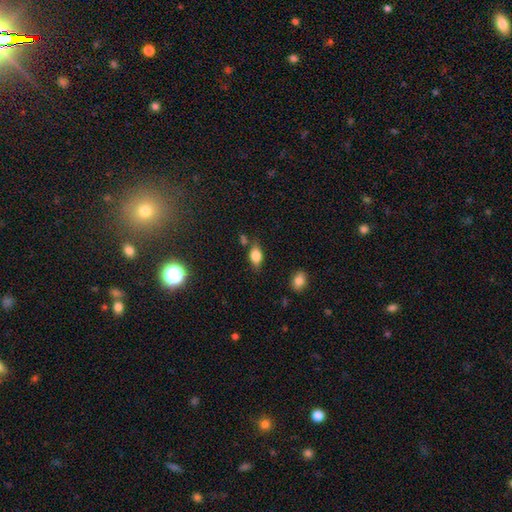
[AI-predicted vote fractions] Overall: smooth (77%). How rounded: in between (83%). Merging: none (68%).